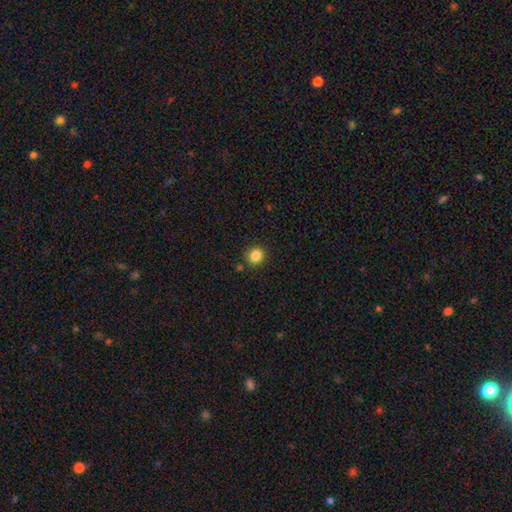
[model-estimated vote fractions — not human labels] This is clearly a smooth galaxy (85%). How rounded: clearly round (84%). Merging: clearly none (85%).